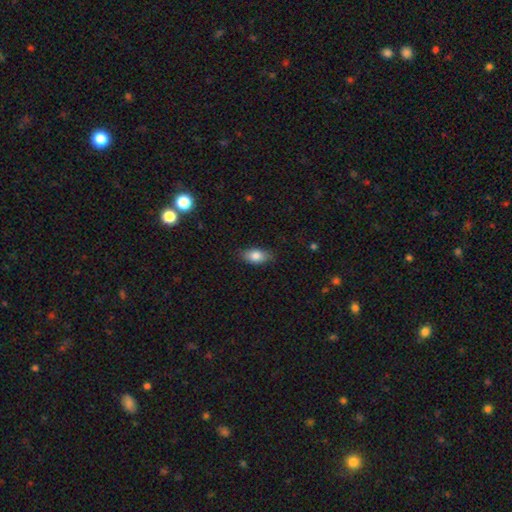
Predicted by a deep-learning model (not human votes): This appears to be a smooth galaxy with no disk features (82%) that is in between round and cigar-shaped (89%). Merging: none (84%).